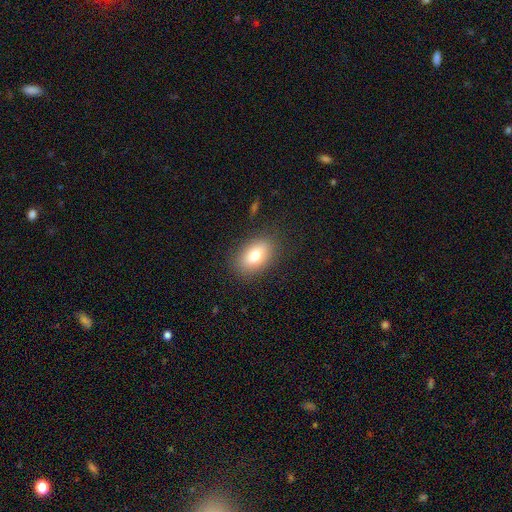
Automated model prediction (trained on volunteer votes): smooth-or-featured: smooth: 78% | featured or disk: 13% | star or artifact: 9%
  how-rounded: in between: 88% | round: 10% | cigar-shaped: 2%
  merging: none: 84% | minor disturbance: 11% | major disturbance: 4% | merger: 1%